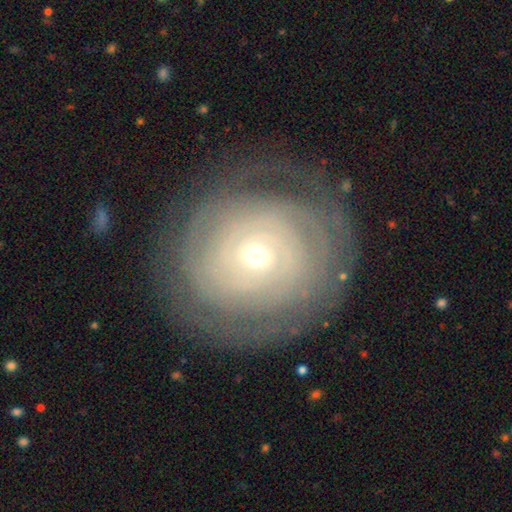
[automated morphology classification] Smooth or featured? Predicted: featured or disk (p=0.76). Edge-on disk? Predicted: no (p=0.97). Bar? Predicted: no (p=0.65). Spiral arms? Predicted: yes (p=0.86). Spiral winding? Predicted: tight (p=0.86). Spiral arm count? Predicted: can't tell (p=0.52). Bulge size? Predicted: small (p=0.63). Merging? Predicted: none (p=0.79).